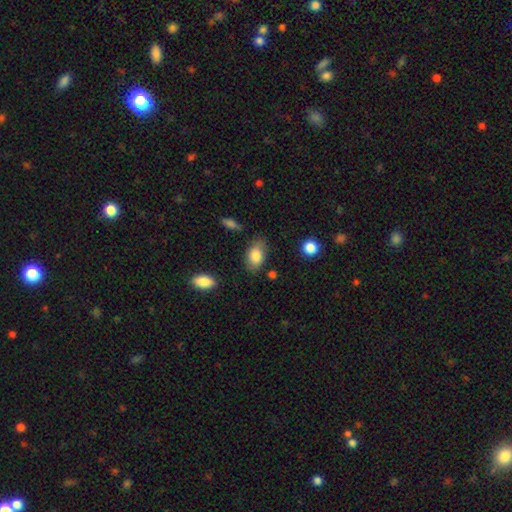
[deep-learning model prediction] Smooth or featured: smooth — 82% (featured or disk — 11%)
How rounded: in between — 90% (round — 8%)
Merging: none — 76% (minor disturbance — 18%)